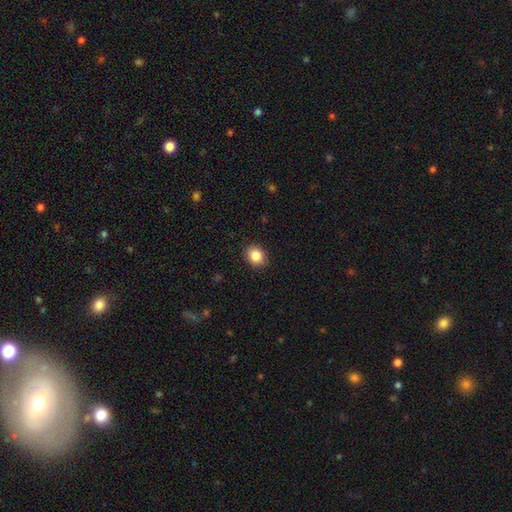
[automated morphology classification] Smooth or featured: smooth — 86% (star or artifact — 9%)
How rounded: round — 52% (in between — 47%)
Merging: none — 90% (minor disturbance — 7%)